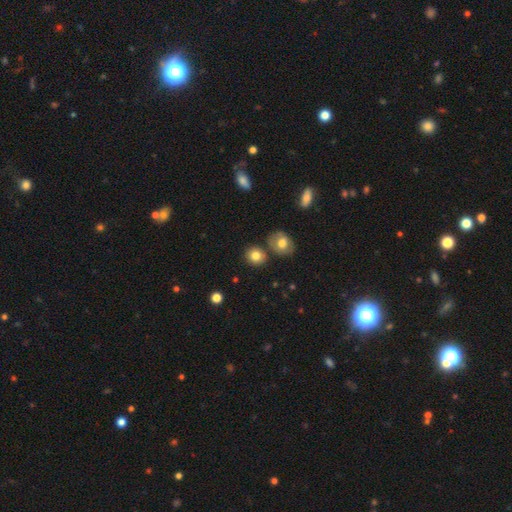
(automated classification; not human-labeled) A smooth galaxy with no disk features (80%) that is round (81%). Merging: none (75%).